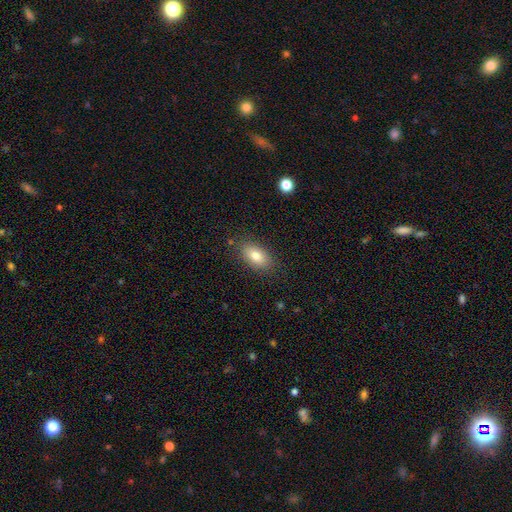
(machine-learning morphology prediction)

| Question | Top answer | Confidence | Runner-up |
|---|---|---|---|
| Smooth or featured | smooth | 80% | featured or disk (12%) |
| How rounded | in between | 89% | round (7%) |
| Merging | none | 84% | minor disturbance (12%) |